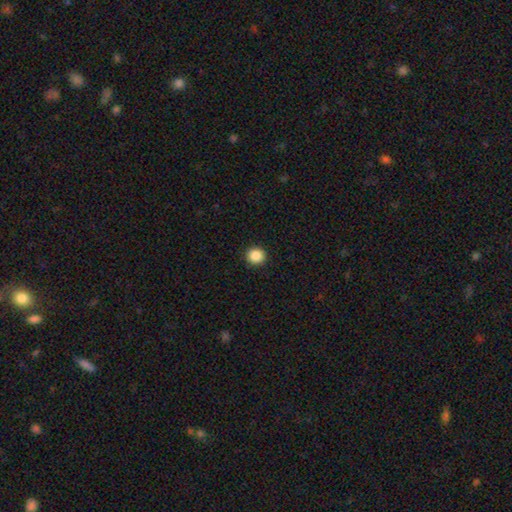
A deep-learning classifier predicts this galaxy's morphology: type=smooth (88%); roundness=round (93%); merging=none (93%).